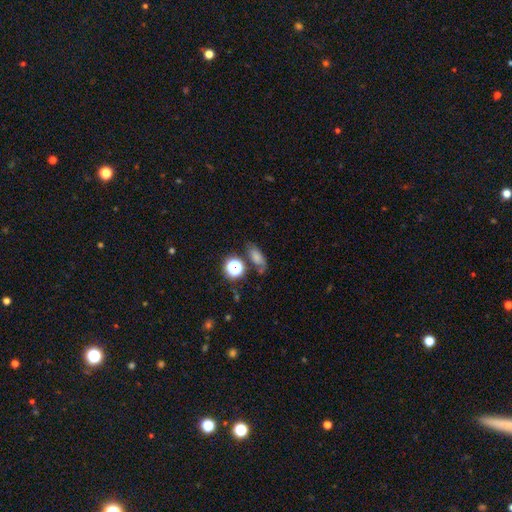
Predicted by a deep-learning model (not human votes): Smooth or featured? Predicted: smooth (p=0.48). Merging? Predicted: none (p=0.68).